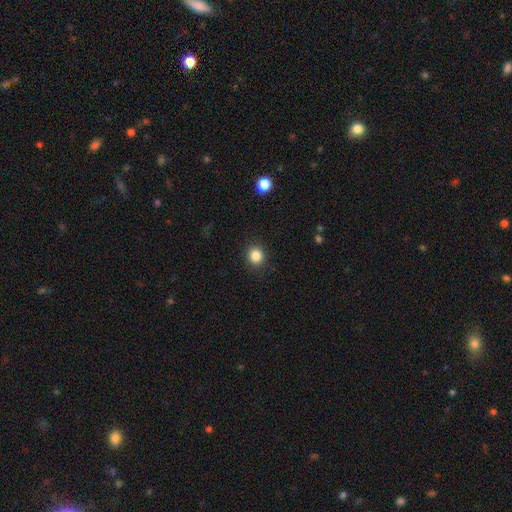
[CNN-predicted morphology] Smooth or featured? Predicted: smooth (p=0.85). How rounded? Predicted: round (p=0.87). Merging? Predicted: none (p=0.90).